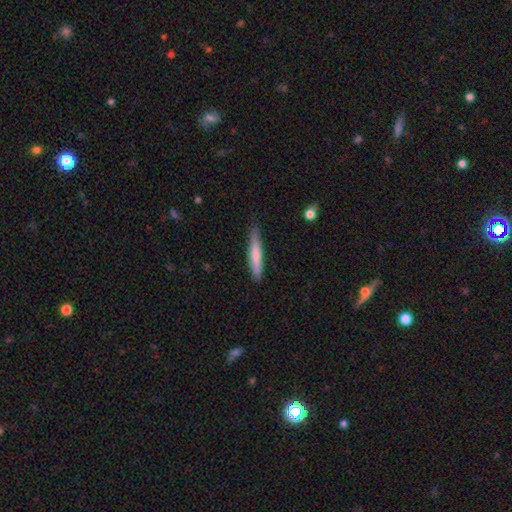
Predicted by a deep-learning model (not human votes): Smooth or featured?
  - smooth: 72% *
  - featured or disk: 23%
  - star or artifact: 5%
How rounded?
  - cigar-shaped: 92% *
  - in between: 7%
  - round: 1%
Merging?
  - none: 83% *
  - minor disturbance: 14%
  - major disturbance: 2%
  - merger: 1%